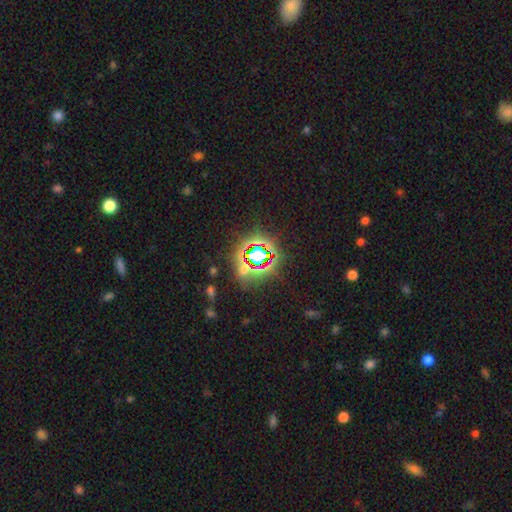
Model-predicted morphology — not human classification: This is likely a star or artifact rather than a galaxy (74%).